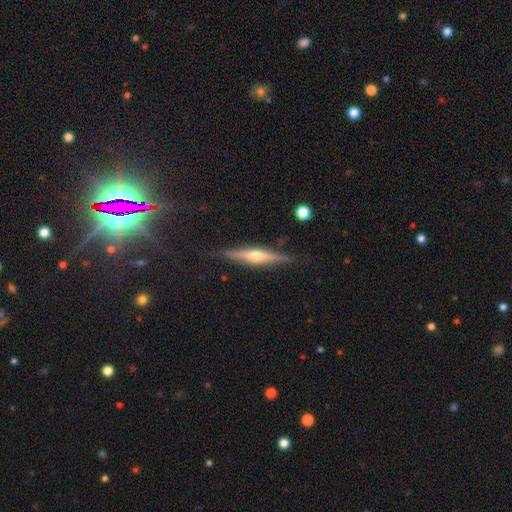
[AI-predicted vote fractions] Smooth or featured? featured or disk (73%)
Edge-on disk? yes (97%)
Edge-on bulge? rounded (88%)
Merging? none (85%)